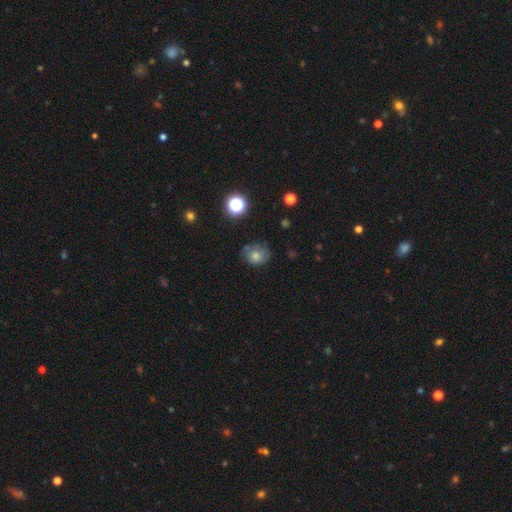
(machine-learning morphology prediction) This appears to be a smooth galaxy with no disk features (70%) that is round (69%). Merging: none (64%).